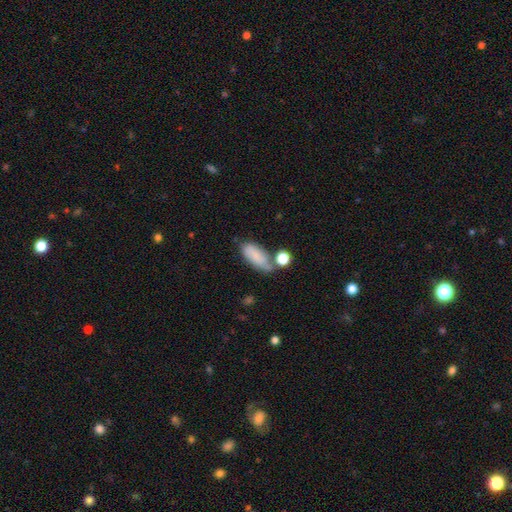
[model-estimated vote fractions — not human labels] A smooth galaxy with no disk features (74%) that is in between round and cigar-shaped (83%).

Vote fractions:
- Smooth or featured? smooth: 74% / featured or disk: 17% / star or artifact: 9%
- How rounded? in between: 83% / cigar-shaped: 13% / round: 4%
- Merging? none: 43% / minor disturbance: 25% / merger: 20% / major disturbance: 11%